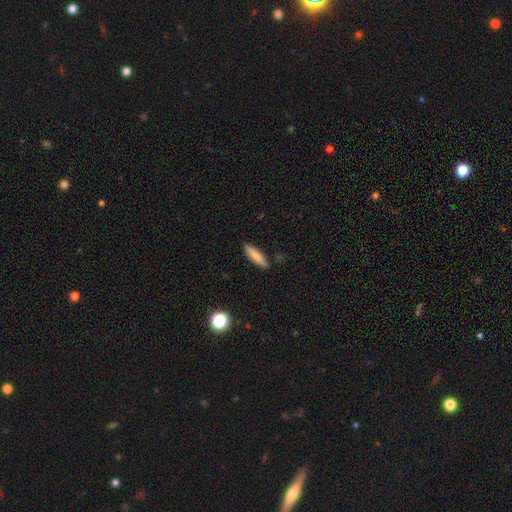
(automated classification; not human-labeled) Smooth or featured?
  - smooth: 80% *
  - featured or disk: 13%
  - star or artifact: 7%
How rounded?
  - cigar-shaped: 70% *
  - in between: 28%
  - round: 2%
Merging?
  - none: 82% *
  - minor disturbance: 14%
  - major disturbance: 2%
  - merger: 2%